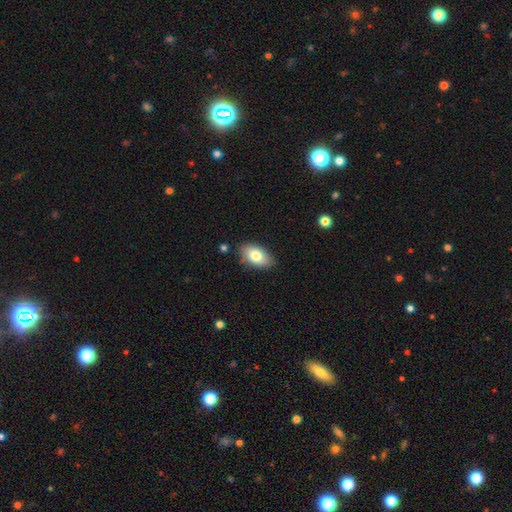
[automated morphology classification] type=smooth (79%); roundness=in between (92%); merging=none (82%).